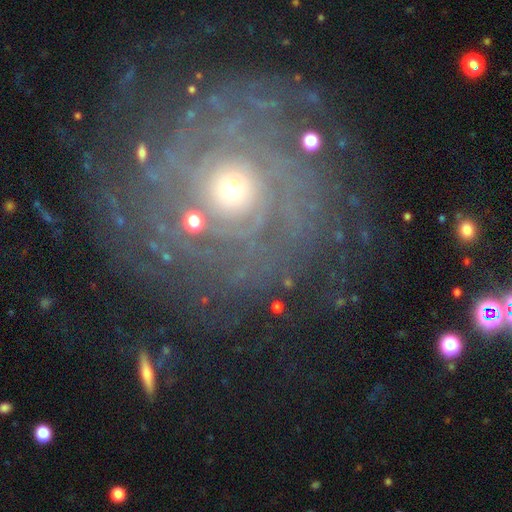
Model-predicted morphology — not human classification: smooth-or-featured: featured or disk: 81% | smooth: 10% | star or artifact: 9%
  disk-edge-on: no: 97% | yes: 3%
    bar: no: 85% | weak: 11% | strong: 4%
    has-spiral-arms: yes: 90% | no: 10%
      spiral-winding: tight: 77% | medium: 17% | loose: 6%
      spiral-arm-count: can't tell: 39% | more than 4: 18% | 2: 13% | 3: 12% | 4: 11% | 1: 7%
    bulge-size: moderate: 55% | small: 35% | large: 7% | dominant: 1% | none: 1%
  merging: none: 77% | minor disturbance: 12% | major disturbance: 9% | merger: 2%